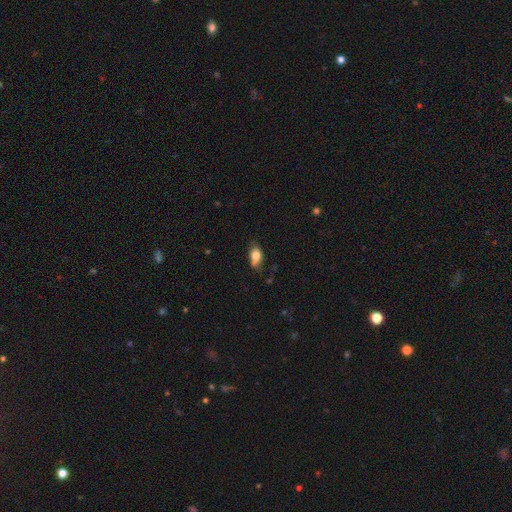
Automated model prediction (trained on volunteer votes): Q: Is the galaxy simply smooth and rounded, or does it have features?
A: smooth — 78%.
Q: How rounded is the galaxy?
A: in between — 84%.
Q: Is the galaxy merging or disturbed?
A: none — 57%.